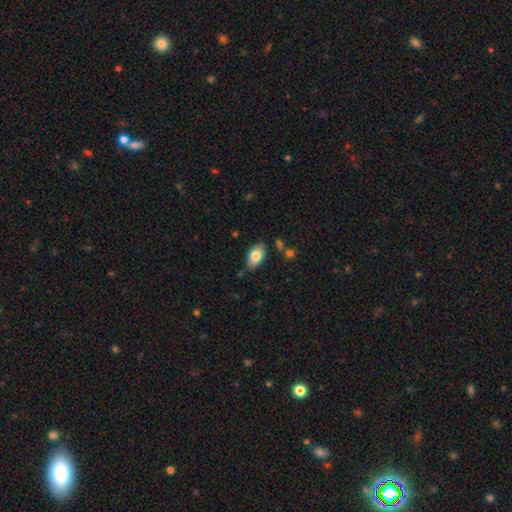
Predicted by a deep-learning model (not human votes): Smooth or featured? Predicted: smooth (p=0.80). How rounded? Predicted: in between (p=0.93). Merging? Predicted: none (p=0.79).